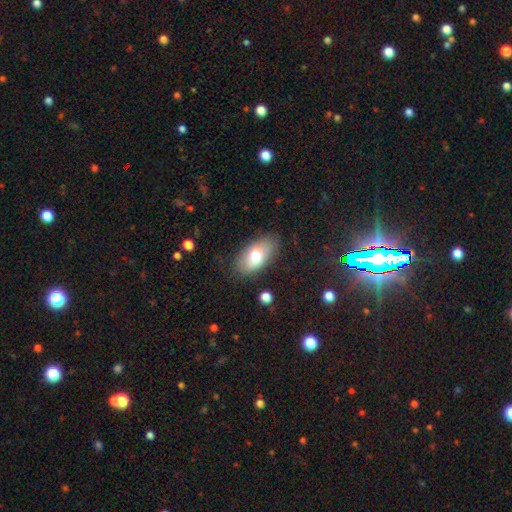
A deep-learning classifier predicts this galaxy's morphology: type=smooth (72%); roundness=in between (92%); merging=none (79%).